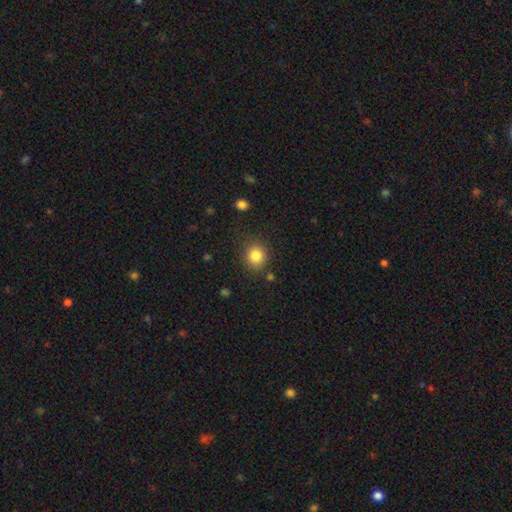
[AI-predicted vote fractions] A smooth galaxy with no disk features (84%) that is round (84%).

Vote fractions:
- Smooth or featured? smooth: 84% / star or artifact: 11% / featured or disk: 5%
- How rounded? round: 84% / in between: 16% / cigar-shaped: 1%
- Merging? none: 83% / minor disturbance: 10% / major disturbance: 4% / merger: 3%